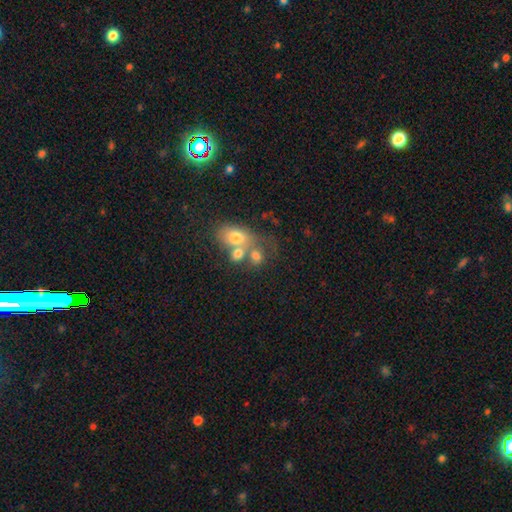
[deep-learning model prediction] Smooth or featured: smooth — 68% (featured or disk — 20%)
How rounded: in between — 57% (round — 41%)
Merging: merger — 52% (none — 28%)